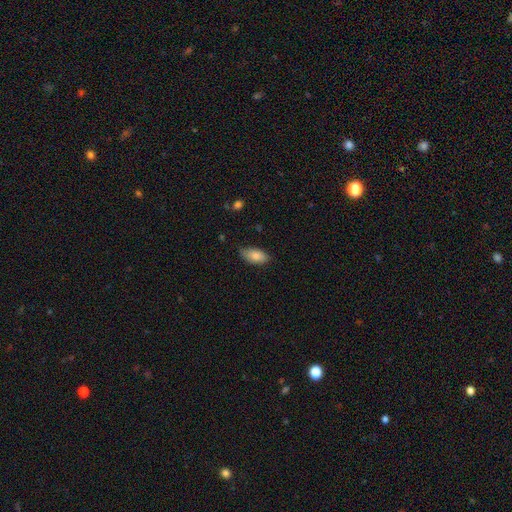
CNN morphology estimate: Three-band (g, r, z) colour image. It shows a smooth galaxy with no disk features (84%) that is in between round and cigar-shaped (92%). Merging: none (74%).